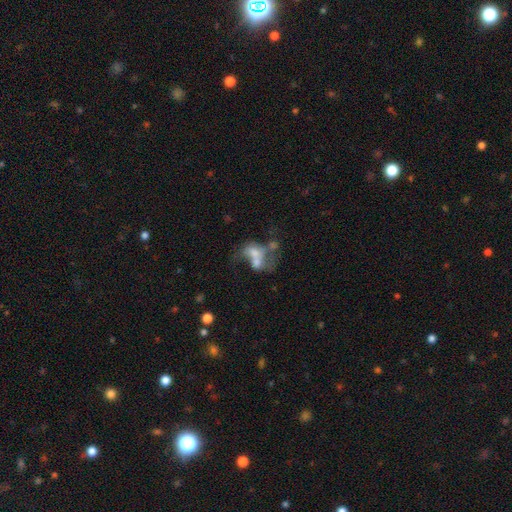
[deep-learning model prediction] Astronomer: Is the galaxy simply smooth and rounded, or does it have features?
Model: featured or disk — 51% (runner-up: smooth, 36%).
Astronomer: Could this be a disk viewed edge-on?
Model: no — 97%.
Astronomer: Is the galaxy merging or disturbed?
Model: merger — 53%.